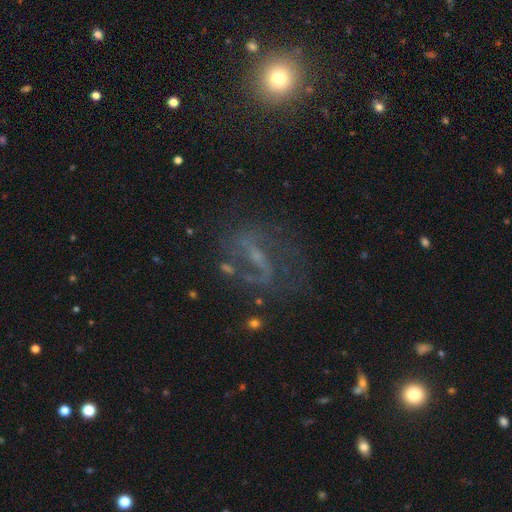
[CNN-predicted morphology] Smooth or featured: featured or disk — 69% (star or artifact — 18%)
Edge-on disk: no — 92% (yes — 8%)
Bar: strong — 44% (weak — 38%)
Spiral arms: yes — 77% (no — 23%)
Bulge size: small — 58% (none — 23%)
Merging: none — 59% (major disturbance — 19%)